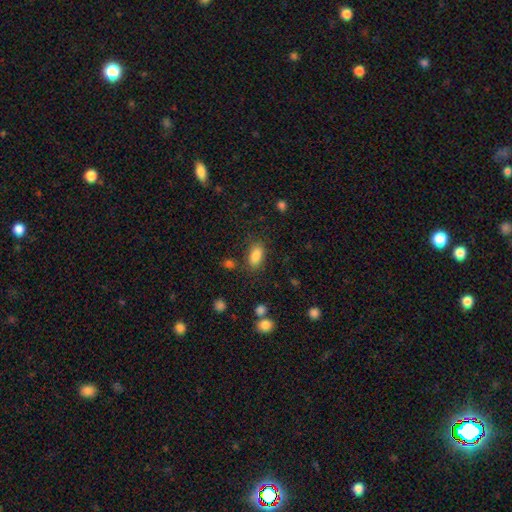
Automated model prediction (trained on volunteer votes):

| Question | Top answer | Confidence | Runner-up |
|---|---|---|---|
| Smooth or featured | smooth | 86% | star or artifact (9%) |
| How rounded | in between | 90% | round (5%) |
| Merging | none | 77% | minor disturbance (14%) |